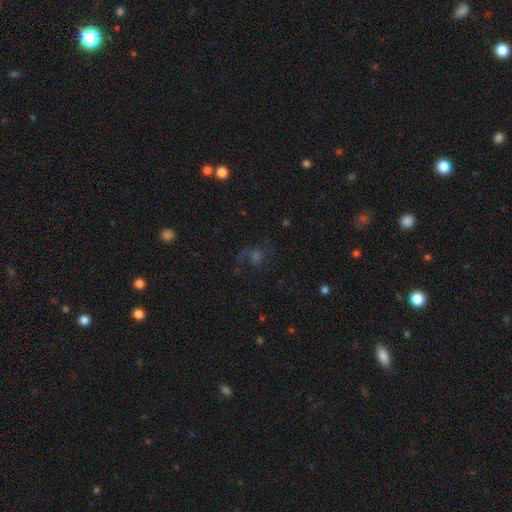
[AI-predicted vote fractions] Smooth or featured: featured or disk — 38% (star or artifact — 34%)
Merging: none — 52% (major disturbance — 29%)